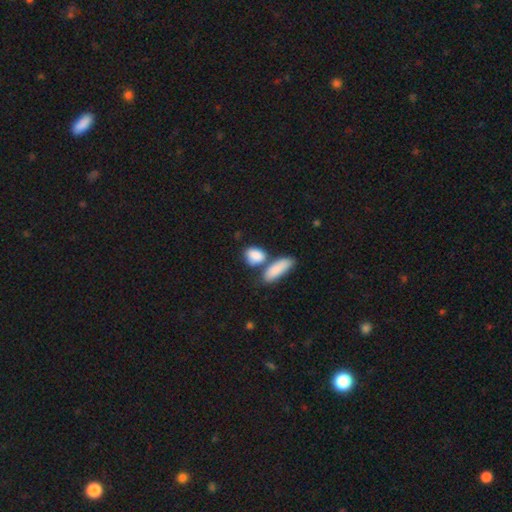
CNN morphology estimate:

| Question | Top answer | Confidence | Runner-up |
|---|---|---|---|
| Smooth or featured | smooth | 86% | featured or disk (7%) |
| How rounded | in between | 70% | round (21%) |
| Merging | none | 48% | merger (32%) |